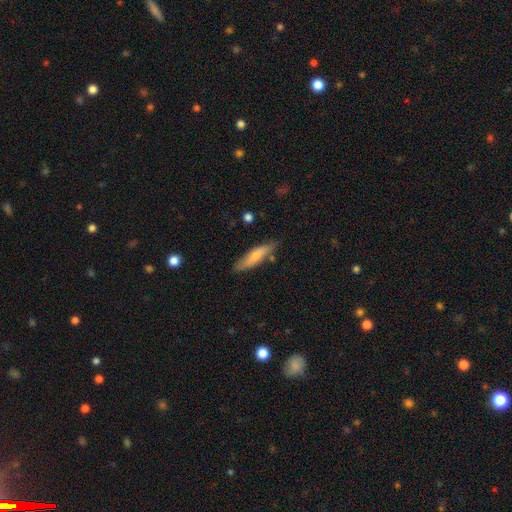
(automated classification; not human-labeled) smooth_or_featured: smooth (p=0.63) [alt: featured or disk p=0.31]
how_rounded: cigar-shaped (p=0.71) [alt: in between p=0.27]
merging: none (p=0.77) [alt: minor disturbance p=0.17]